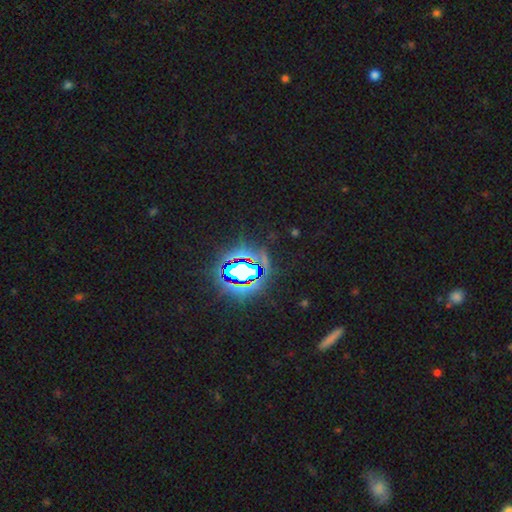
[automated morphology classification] Overall: star or artifact (77%).